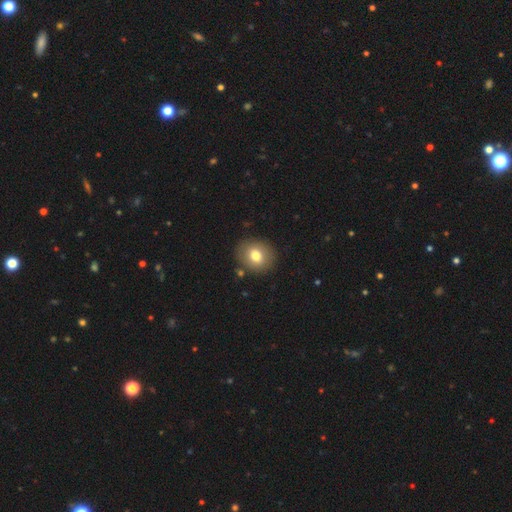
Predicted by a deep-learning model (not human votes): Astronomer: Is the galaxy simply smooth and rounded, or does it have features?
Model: smooth — 75%.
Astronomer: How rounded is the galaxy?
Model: round — 68%.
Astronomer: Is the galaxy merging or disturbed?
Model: none — 87%.